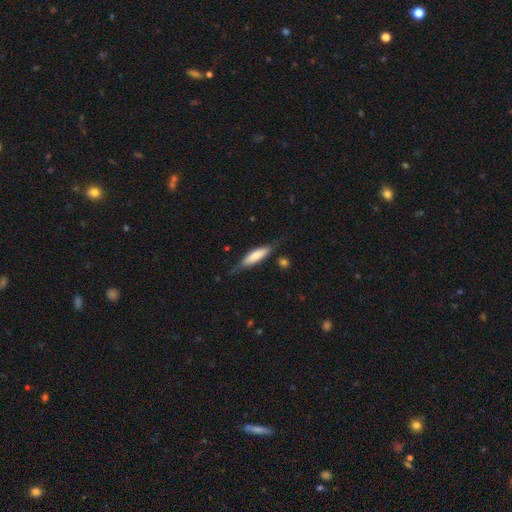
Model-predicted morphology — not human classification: smooth-or-featured: smooth: 66% | featured or disk: 28% | star or artifact: 6%
  how-rounded: cigar-shaped: 64% | in between: 34% | round: 2%
  merging: none: 71% | minor disturbance: 21% | major disturbance: 6% | merger: 2%